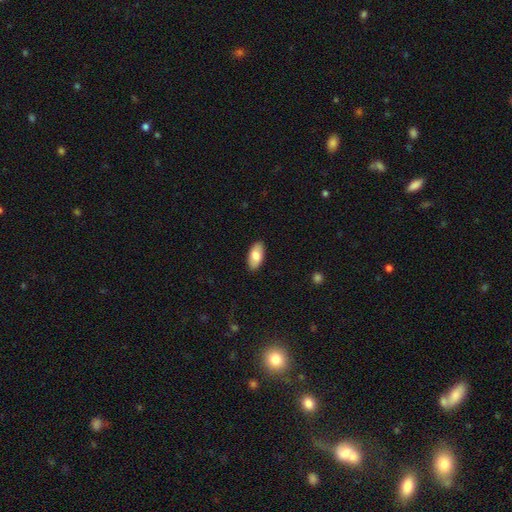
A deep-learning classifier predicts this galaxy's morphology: smooth-or-featured: smooth: 79% | featured or disk: 15% | star or artifact: 6%
  how-rounded: in between: 93% | cigar-shaped: 4% | round: 2%
  merging: none: 89% | minor disturbance: 8% | major disturbance: 2% | merger: 1%